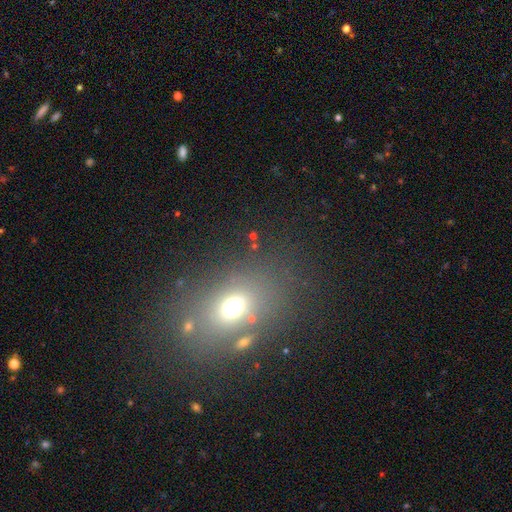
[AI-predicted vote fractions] Smooth or featured?
  - smooth: 57% *
  - star or artifact: 28%
  - featured or disk: 15%
How rounded?
  - in between: 58% *
  - round: 40%
  - cigar-shaped: 2%
Merging?
  - none: 78% *
  - minor disturbance: 11%
  - merger: 7%
  - major disturbance: 5%